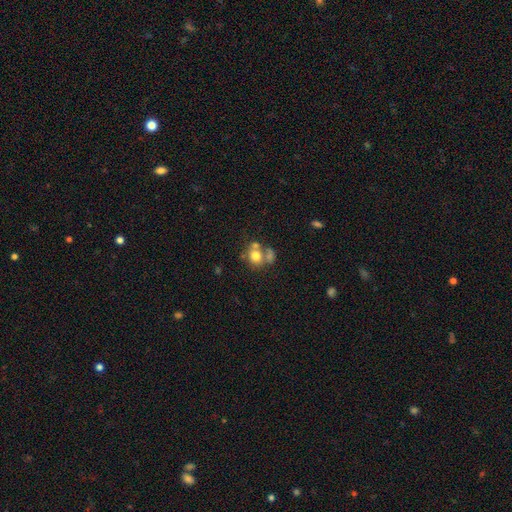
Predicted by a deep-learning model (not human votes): smooth-or-featured: smooth: 71% | featured or disk: 17% | star or artifact: 12%
  how-rounded: round: 72% | in between: 27% | cigar-shaped: 1%
  merging: none: 42% | merger: 38% | minor disturbance: 12% | major disturbance: 7%